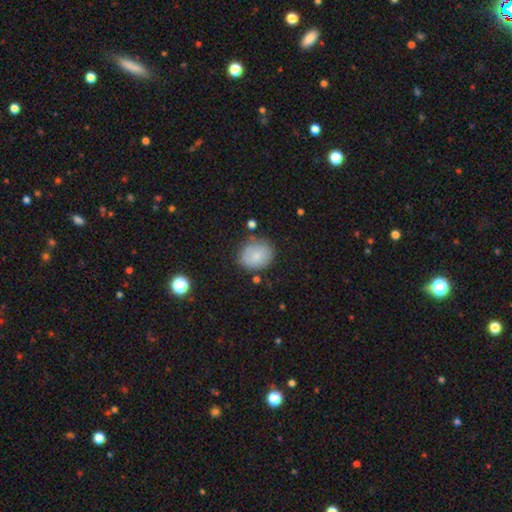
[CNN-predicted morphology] This appears to be a smooth galaxy with no disk features (76%) that is round (62%). Merging: none (70%).